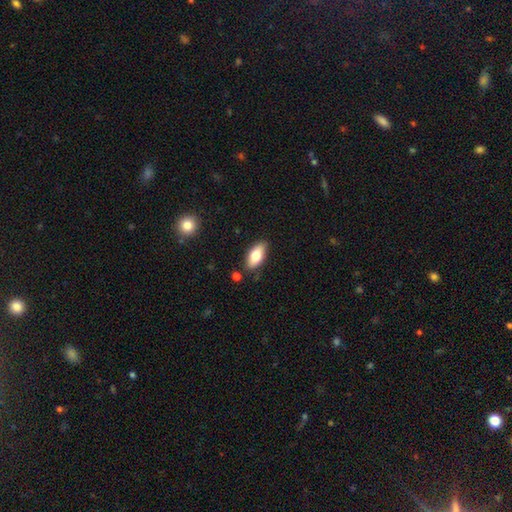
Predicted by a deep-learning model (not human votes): Smooth or featured: smooth — 75% (featured or disk — 18%)
How rounded: in between — 86% (cigar-shaped — 12%)
Merging: none — 84% (minor disturbance — 11%)